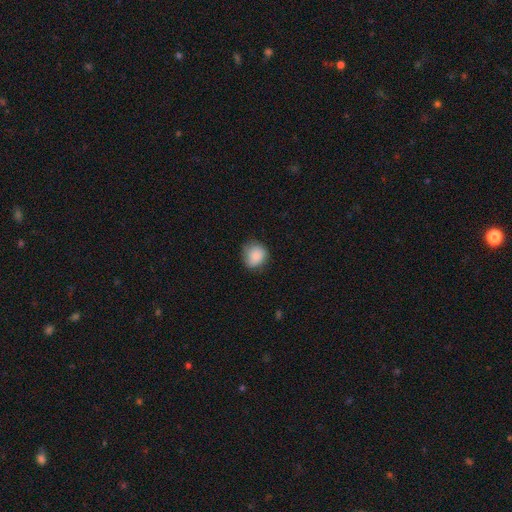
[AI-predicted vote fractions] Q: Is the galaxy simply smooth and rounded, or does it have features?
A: smooth — 84%.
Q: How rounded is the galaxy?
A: round — 82%.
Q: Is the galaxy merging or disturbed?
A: none — 70%.